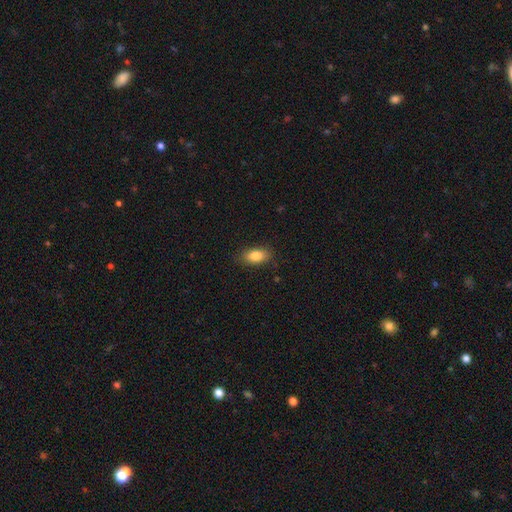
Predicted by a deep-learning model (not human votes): Smooth or featured: smooth — 84% (featured or disk — 8%)
How rounded: in between — 88% (round — 6%)
Merging: none — 85% (minor disturbance — 12%)